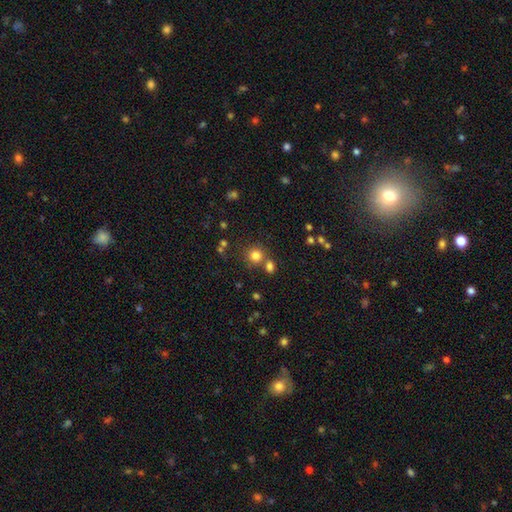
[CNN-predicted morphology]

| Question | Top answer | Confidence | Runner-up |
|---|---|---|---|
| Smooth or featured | smooth | 79% | star or artifact (14%) |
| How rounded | round | 87% | in between (12%) |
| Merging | none | 67% | merger (21%) |